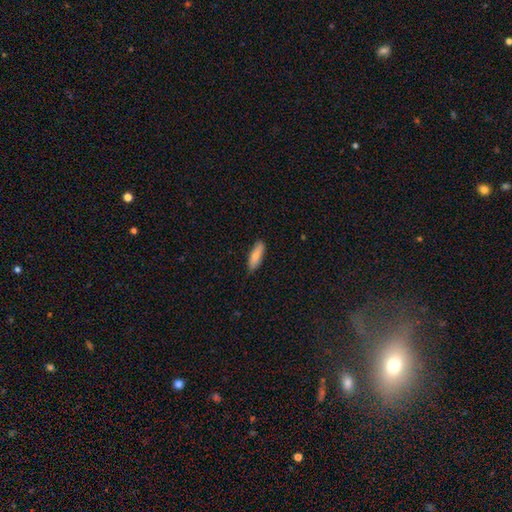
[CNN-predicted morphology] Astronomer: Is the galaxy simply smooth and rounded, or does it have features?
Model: smooth — 81%.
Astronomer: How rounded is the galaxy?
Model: in between — 55% (runner-up: cigar-shaped, 43%).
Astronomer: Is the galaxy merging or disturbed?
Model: none — 80%.